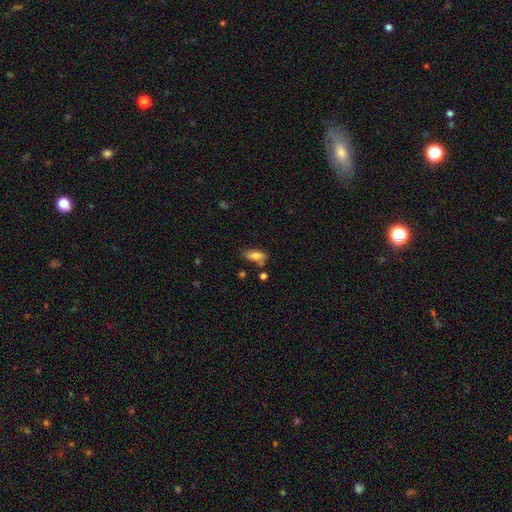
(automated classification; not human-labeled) Smooth or featured? Predicted: smooth (p=0.78). How rounded? Predicted: in between (p=0.82). Merging? Predicted: none (p=0.61).